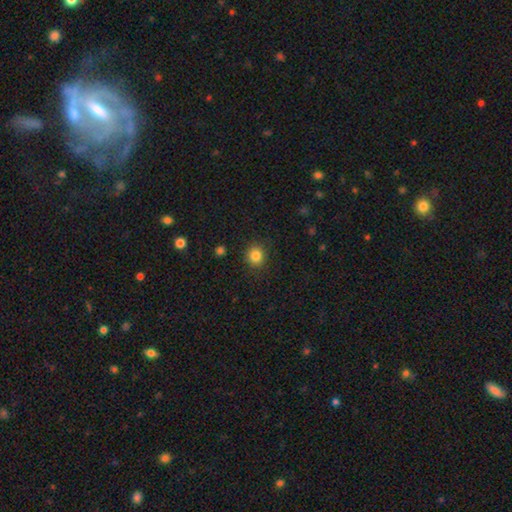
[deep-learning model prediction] smooth-or-featured: smooth: 84% | star or artifact: 11% | featured or disk: 5%
  how-rounded: round: 87% | in between: 12% | cigar-shaped: 1%
  merging: none: 89% | minor disturbance: 7% | major disturbance: 2% | merger: 1%